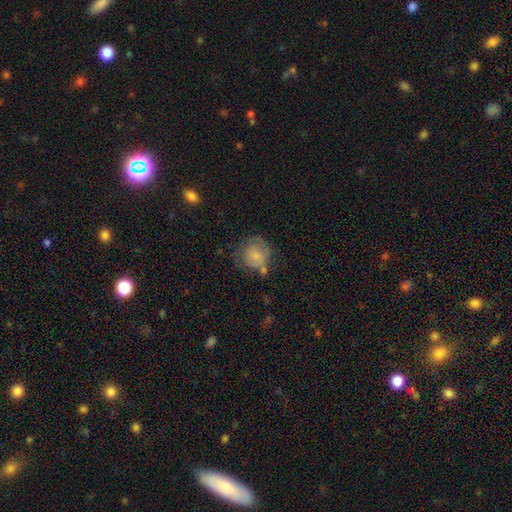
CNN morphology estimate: This is likely a smooth galaxy (72%). How rounded: clearly round (84%). Merging: possibly none (49%).